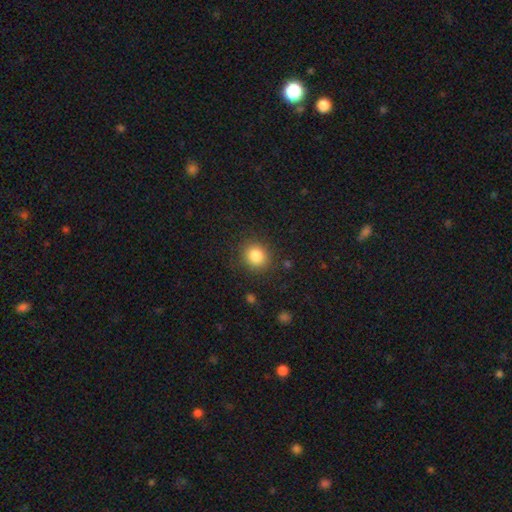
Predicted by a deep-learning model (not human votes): Smooth or featured? smooth (85%)
How rounded? round (80%)
Merging? none (88%)